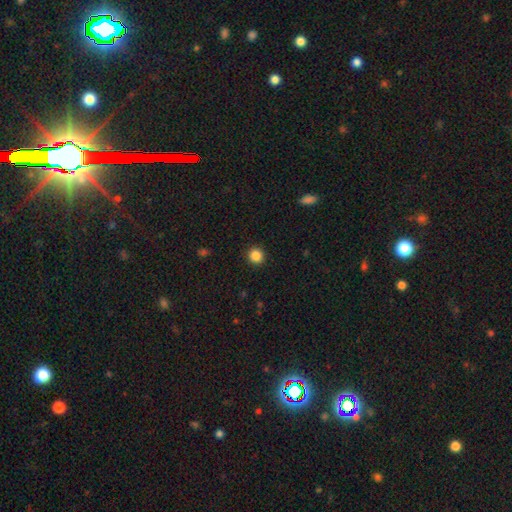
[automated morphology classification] Smooth or featured? Predicted: smooth (p=0.86). How rounded? Predicted: round (p=0.92). Merging? Predicted: none (p=0.92).